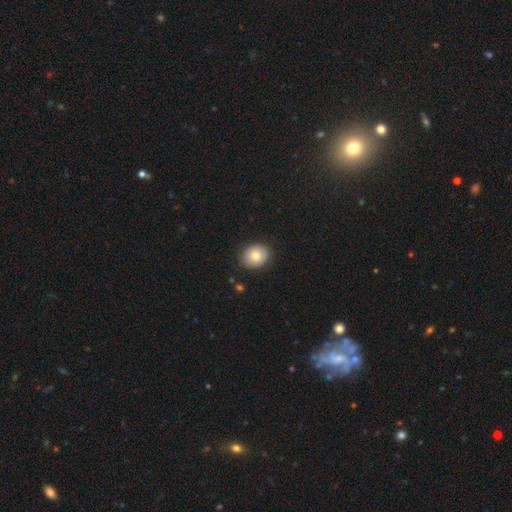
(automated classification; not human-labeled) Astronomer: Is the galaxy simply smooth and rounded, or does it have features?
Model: smooth — 78%.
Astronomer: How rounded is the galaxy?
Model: round — 61% (runner-up: in between, 38%).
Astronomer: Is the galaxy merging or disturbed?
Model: none — 86%.